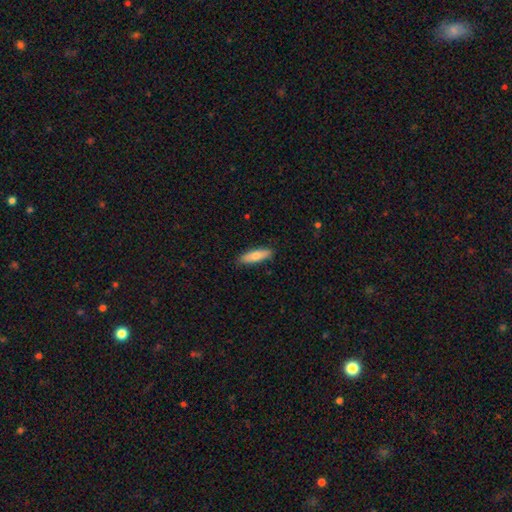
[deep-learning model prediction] Q: Smooth or featured?
A: smooth (73%); runner-up: featured or disk (21%)
Q: How rounded?
A: cigar-shaped (61%); runner-up: in between (37%)
Q: Merging?
A: none (88%); runner-up: minor disturbance (9%)